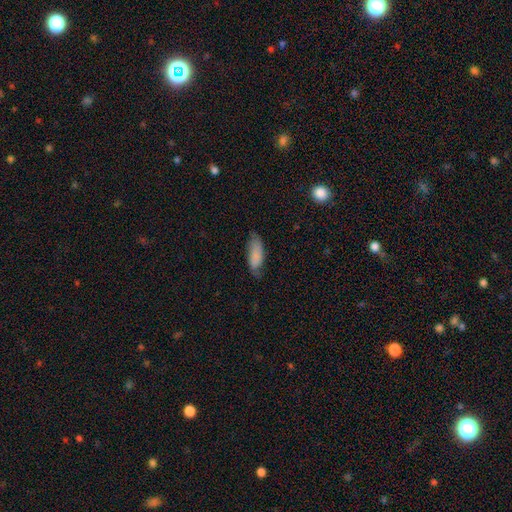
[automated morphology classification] Smooth or featured? smooth (81%)
How rounded? in between (75%)
Merging? none (61%)